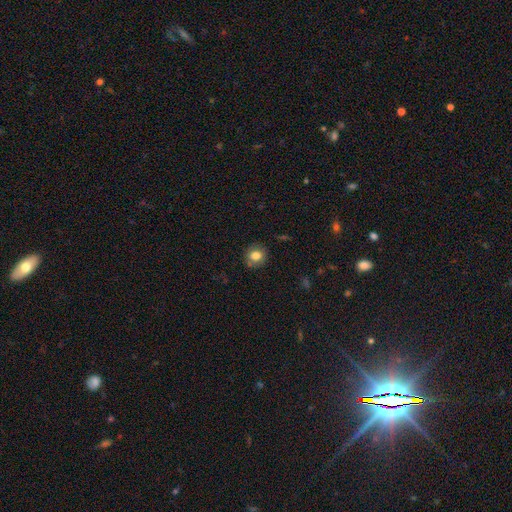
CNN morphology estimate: Overall: smooth (80%). How rounded: round (80%). Merging: none (82%).